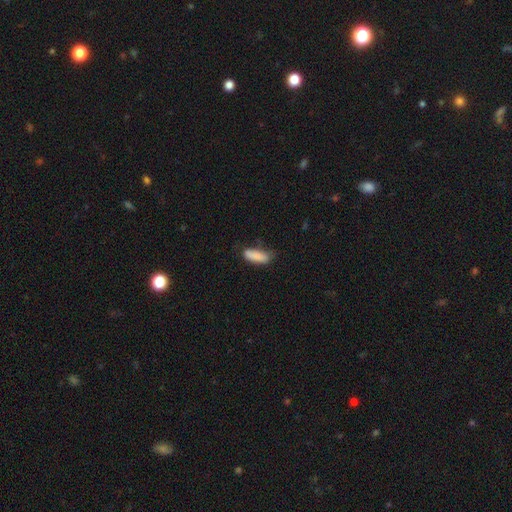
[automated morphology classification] Smooth or featured? Predicted: smooth (p=0.86). How rounded? Predicted: in between (p=0.64). Merging? Predicted: none (p=0.57).